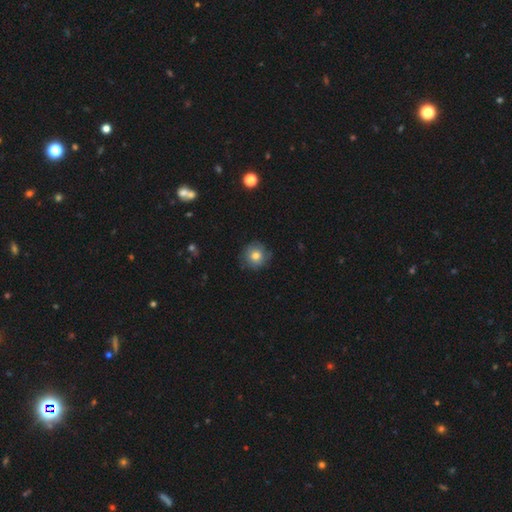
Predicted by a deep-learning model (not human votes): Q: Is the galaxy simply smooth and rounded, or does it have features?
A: smooth — 76%.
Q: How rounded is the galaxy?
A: round — 93%.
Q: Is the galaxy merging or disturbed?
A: none — 81%.